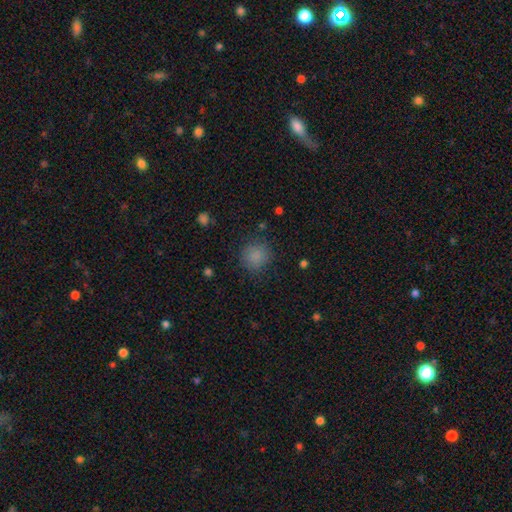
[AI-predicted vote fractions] This is clearly a smooth galaxy (84%). How rounded: clearly round (90%). Merging: clearly none (84%).